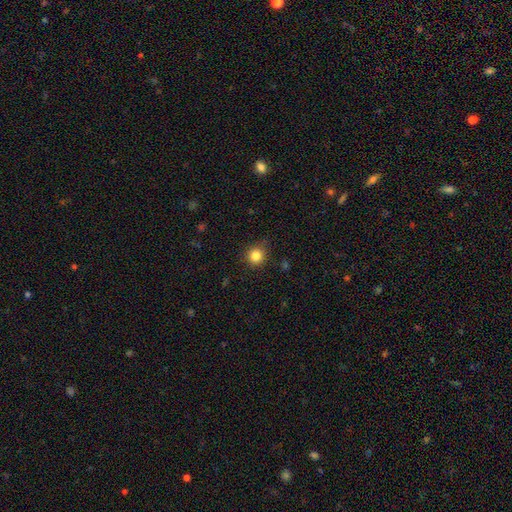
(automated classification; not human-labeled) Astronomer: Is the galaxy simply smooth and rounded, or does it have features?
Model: smooth — 84%.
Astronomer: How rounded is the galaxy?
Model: round — 92%.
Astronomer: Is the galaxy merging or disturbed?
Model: none — 84%.